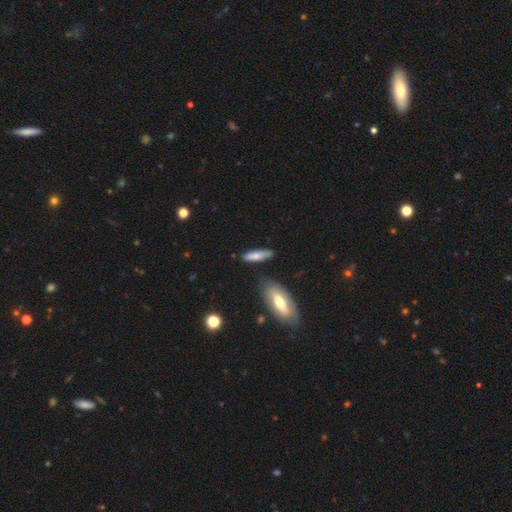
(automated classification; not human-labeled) Smooth or featured: smooth — 72% (featured or disk — 22%)
How rounded: cigar-shaped — 64% (in between — 33%)
Merging: none — 76% (minor disturbance — 16%)